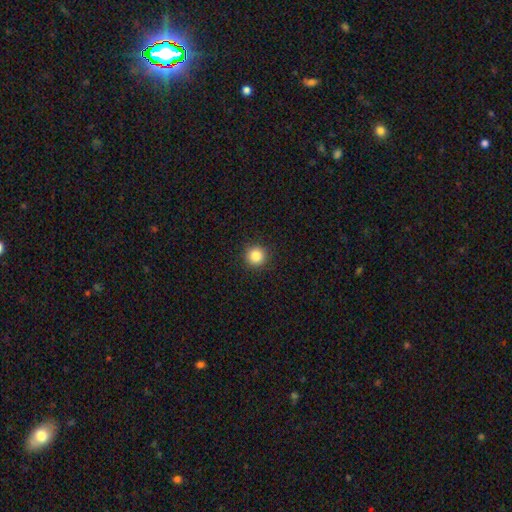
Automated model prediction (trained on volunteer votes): Overall: smooth (85%). How rounded: round (95%). Merging: none (92%).